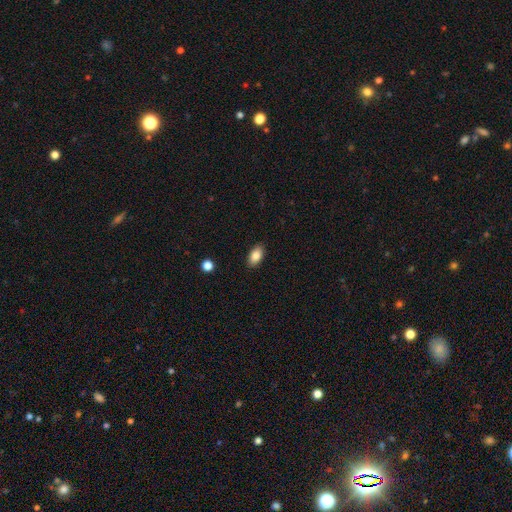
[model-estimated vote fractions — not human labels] This is clearly a smooth galaxy (84%). How rounded: clearly in between (92%). Merging: clearly none (89%).